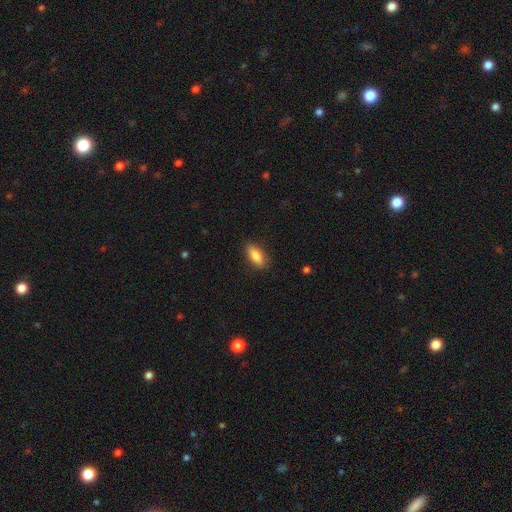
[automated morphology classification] smooth 82%, featured or disk 12%, star or artifact 7%. Down the decision tree: how rounded — in between (76%); merging — none (84%).